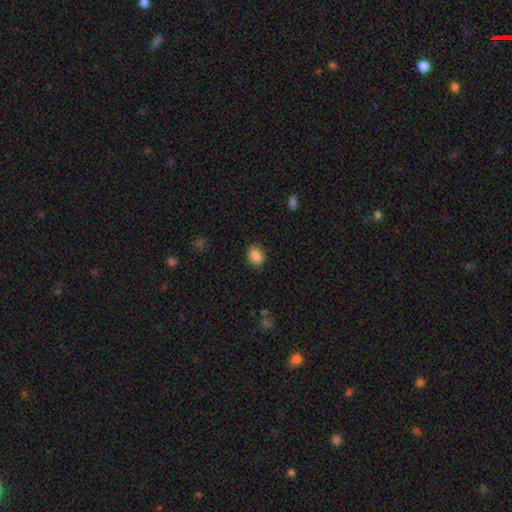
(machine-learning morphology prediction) Smooth or featured: smooth — 87% (star or artifact — 9%)
How rounded: in between — 70% (round — 29%)
Merging: none — 86% (minor disturbance — 10%)